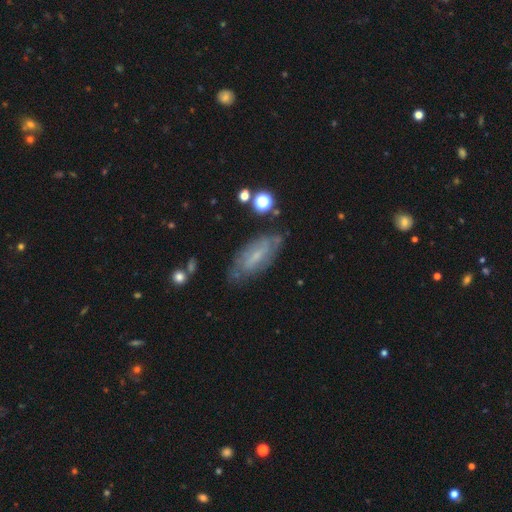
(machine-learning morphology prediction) smooth-or-featured: featured or disk: 62% | smooth: 30% | star or artifact: 8%
  disk-edge-on: no: 84% | yes: 16%
    bar: weak: 49% | no: 32% | strong: 19%
    has-spiral-arms: yes: 75% | no: 25%
    bulge-size: small: 63% | moderate: 21% | none: 13% | large: 2% | dominant: 1%
  merging: none: 71% | minor disturbance: 20% | major disturbance: 6% | merger: 3%